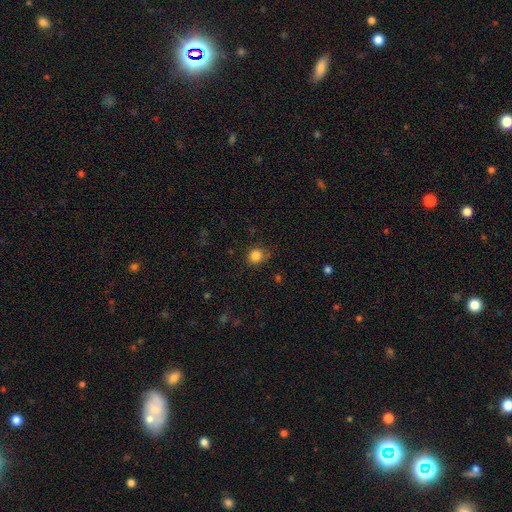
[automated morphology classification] Overall: smooth (84%). How rounded: round (83%). Merging: none (79%).